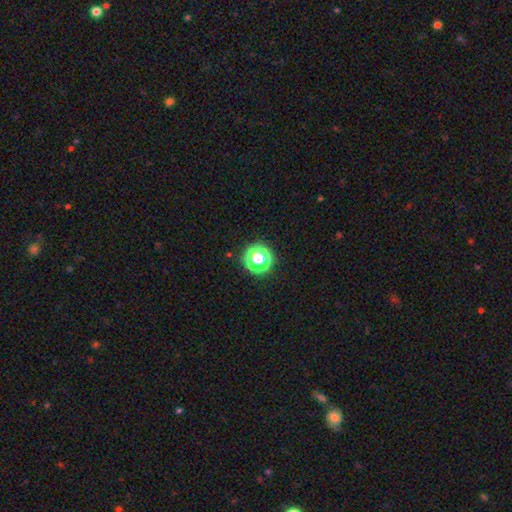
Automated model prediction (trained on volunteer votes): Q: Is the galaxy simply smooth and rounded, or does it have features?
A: smooth — 59%.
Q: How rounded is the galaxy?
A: round — 92%.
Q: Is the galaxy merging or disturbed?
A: none — 83%.